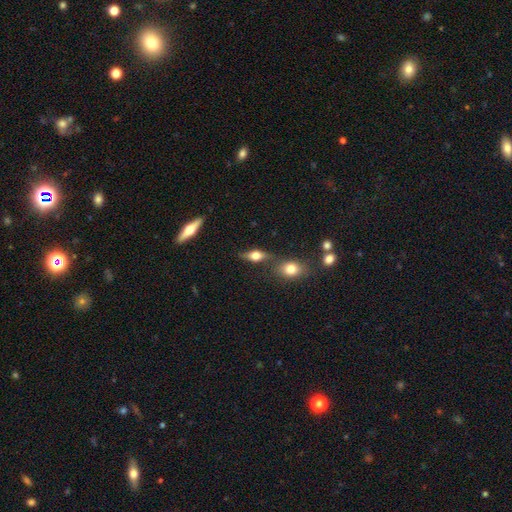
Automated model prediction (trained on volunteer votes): Smooth or featured? Predicted: smooth (p=0.48). Merging? Predicted: none (p=0.64).